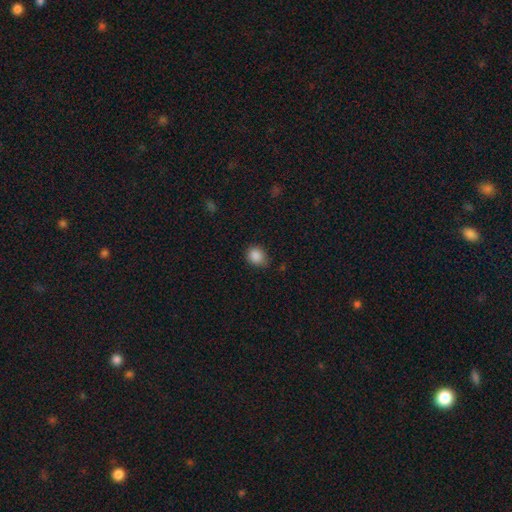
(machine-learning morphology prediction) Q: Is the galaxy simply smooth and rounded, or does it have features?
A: smooth — 87%.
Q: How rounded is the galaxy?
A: round — 74%.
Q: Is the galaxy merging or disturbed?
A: none — 71%.